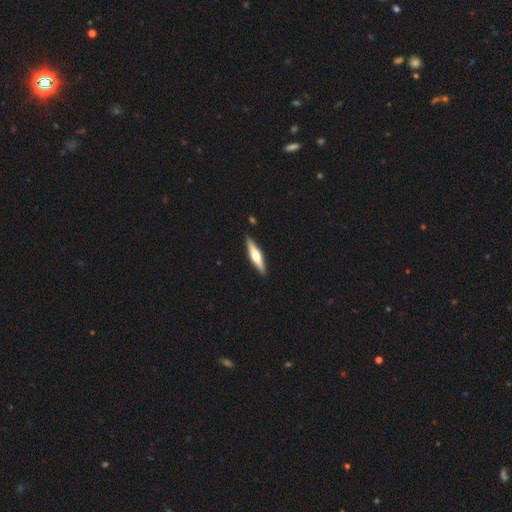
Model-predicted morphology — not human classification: smooth-or-featured: featured or disk: 61% | smooth: 34% | star or artifact: 5%
  disk-edge-on: yes: 97% | no: 3%
    edge-on-bulge: rounded: 92% | boxy: 5% | none: 3%
  merging: none: 91% | minor disturbance: 7% | major disturbance: 1% | merger: 1%